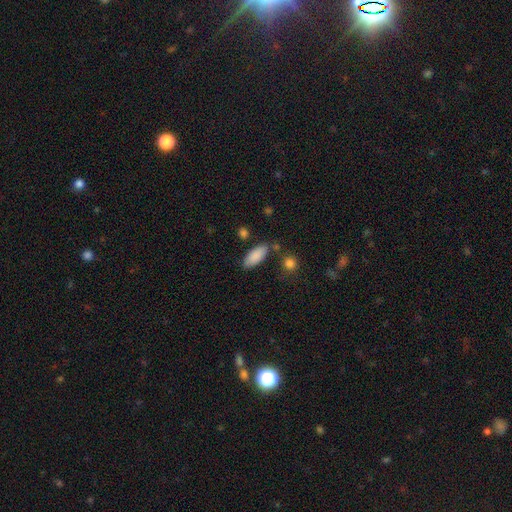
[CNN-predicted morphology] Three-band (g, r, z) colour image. It shows a smooth galaxy with no disk features (88%) that is in between round and cigar-shaped (85%). Merging: none (77%).